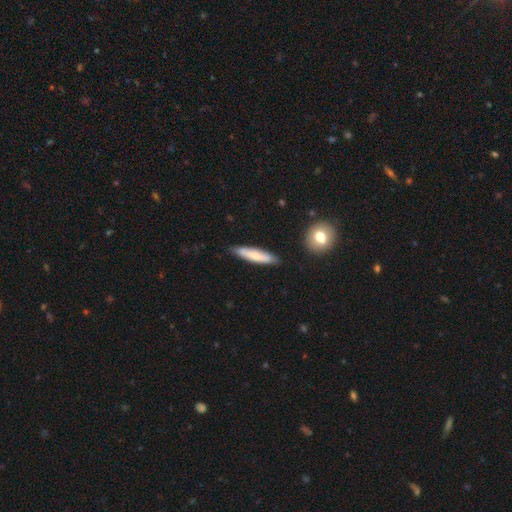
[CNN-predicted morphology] Smooth or featured? smooth (69%)
How rounded? cigar-shaped (82%)
Merging? none (82%)